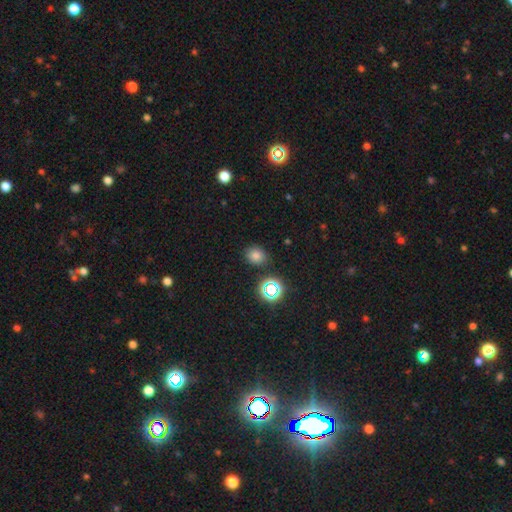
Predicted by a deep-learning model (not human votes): Smooth or featured: smooth — 74% (star or artifact — 20%)
How rounded: round — 63% (in between — 36%)
Merging: none — 83% (minor disturbance — 11%)